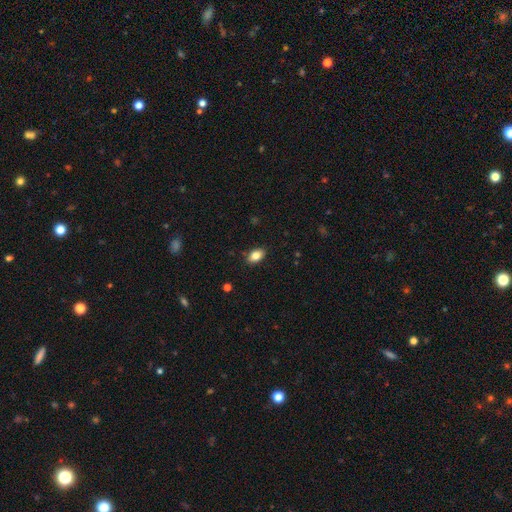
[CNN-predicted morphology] This is clearly a smooth galaxy (83%). How rounded: clearly in between (87%). Merging: clearly none (87%).